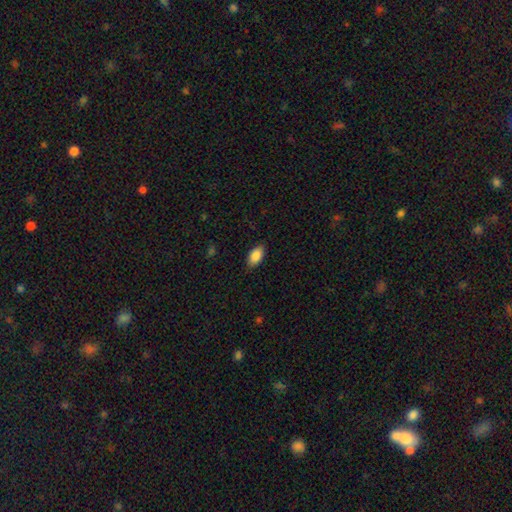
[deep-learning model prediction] smooth_or_featured: smooth (p=0.87) [alt: star or artifact p=0.07]
how_rounded: in between (p=0.92) [alt: round p=0.05]
merging: none (p=0.83) [alt: minor disturbance p=0.13]